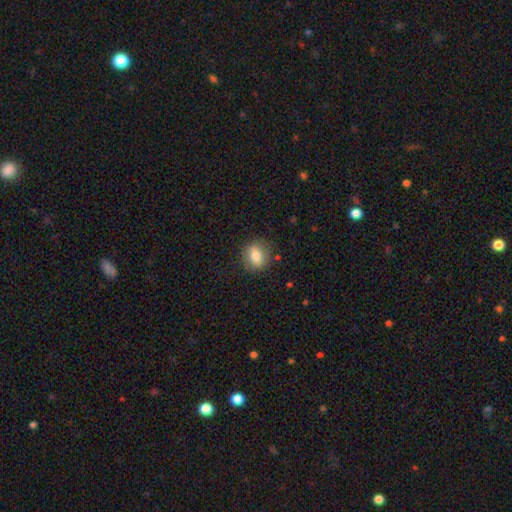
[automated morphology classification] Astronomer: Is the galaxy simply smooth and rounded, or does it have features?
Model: smooth — 75%.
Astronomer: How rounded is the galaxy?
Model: round — 58% (runner-up: in between, 40%).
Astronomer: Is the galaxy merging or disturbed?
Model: none — 84%.